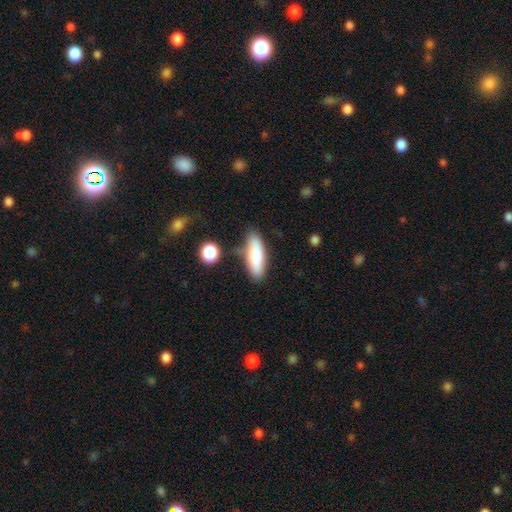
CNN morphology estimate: smooth_or_featured: smooth (p=0.78) [alt: featured or disk p=0.15]
how_rounded: in between (p=0.53) [alt: cigar-shaped p=0.45]
merging: none (p=0.69) [alt: minor disturbance p=0.19]